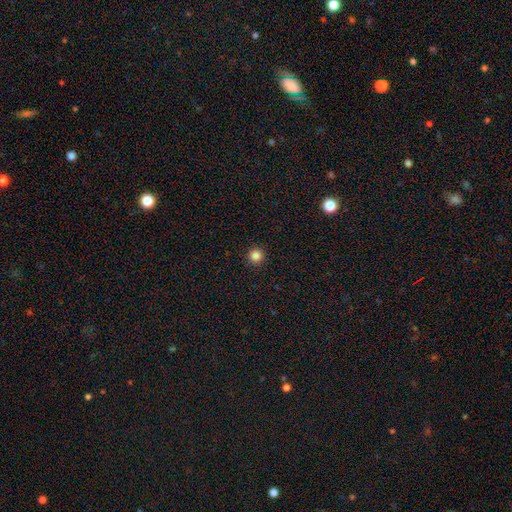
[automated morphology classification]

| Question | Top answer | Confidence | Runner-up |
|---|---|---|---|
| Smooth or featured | smooth | 85% | star or artifact (12%) |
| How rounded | round | 96% | in between (3%) |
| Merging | none | 93% | minor disturbance (4%) |